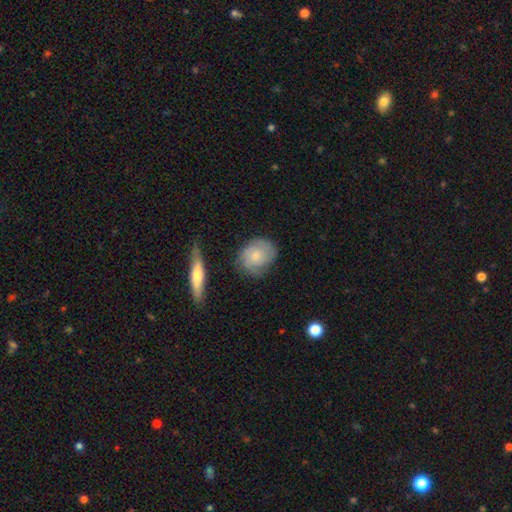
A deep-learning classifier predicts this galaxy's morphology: This appears to be a smooth galaxy with no disk features (55%) that is round (55%). Merging: none (65%).